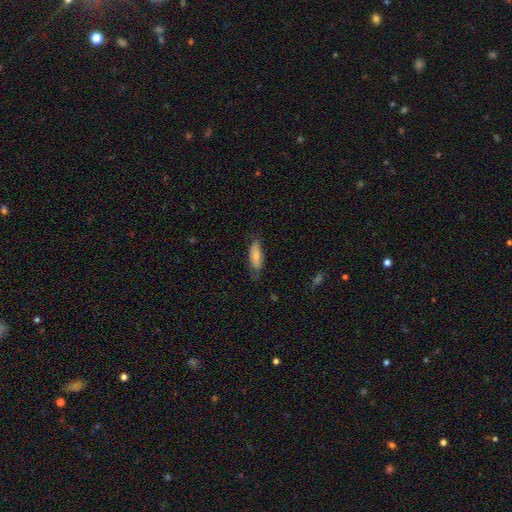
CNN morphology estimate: Smooth or featured? Predicted: smooth (p=0.75). How rounded? Predicted: in between (p=0.64). Merging? Predicted: none (p=0.65).